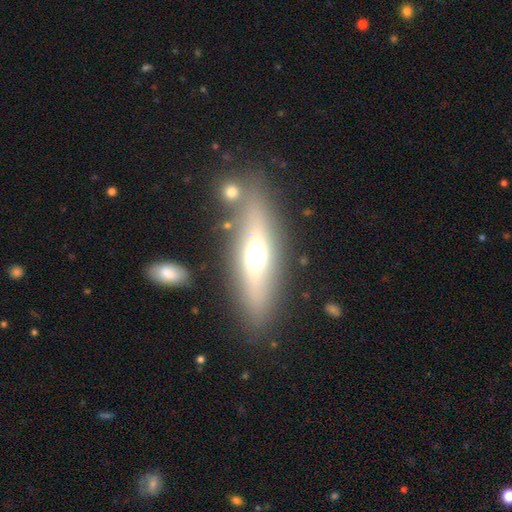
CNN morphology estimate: Q: Smooth or featured?
A: featured or disk (51%); runner-up: smooth (41%)
Q: Edge-on disk?
A: yes (80%); runner-up: no (20%)
Q: Merging?
A: none (80%); runner-up: minor disturbance (11%)